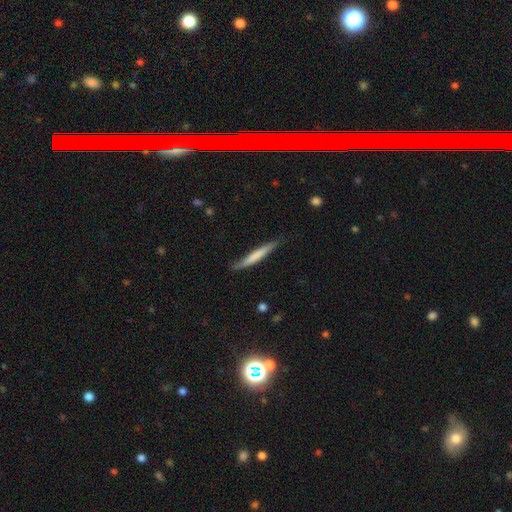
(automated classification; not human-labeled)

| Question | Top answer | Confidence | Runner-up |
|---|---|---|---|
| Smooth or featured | smooth | 63% | featured or disk (33%) |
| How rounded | cigar-shaped | 96% | in between (3%) |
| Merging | none | 78% | minor disturbance (17%) |